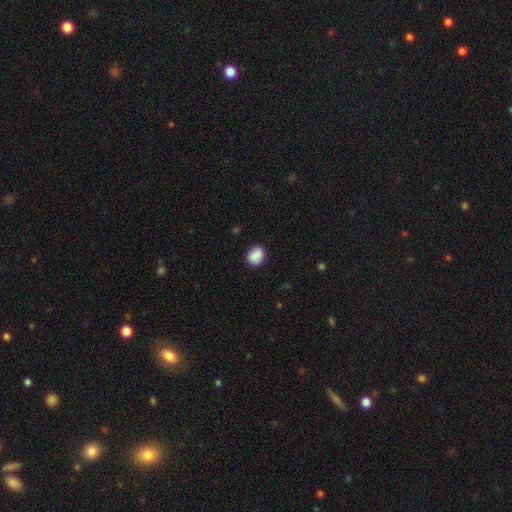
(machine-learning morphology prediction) Overall: smooth (86%). How rounded: round (58%; in between 41%). Merging: none (81%).